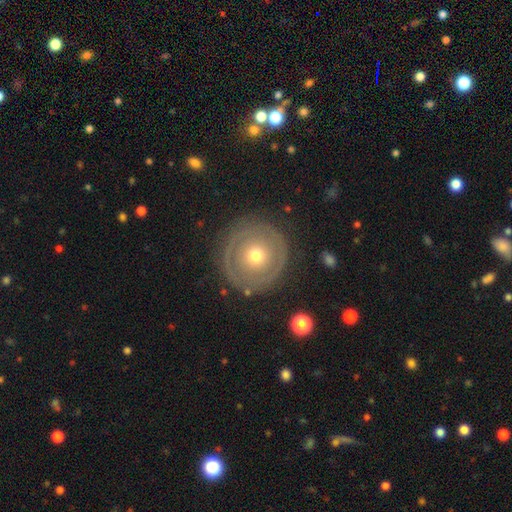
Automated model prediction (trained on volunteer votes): Morphology: type=featured or disk (57%); edge-on=no (96%); bar=no (88%); spiral arms=no (59%); bulge=moderate (60%); merging=none (82%).